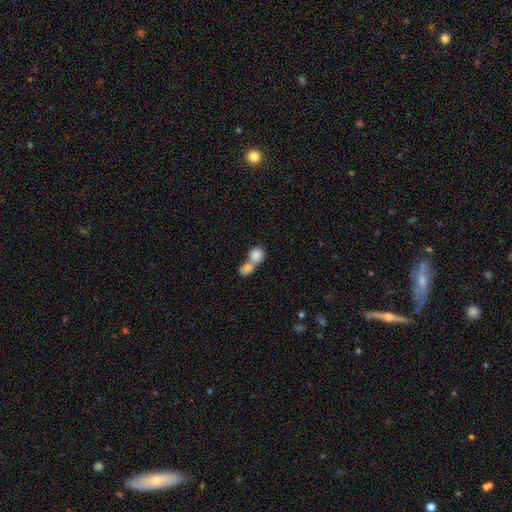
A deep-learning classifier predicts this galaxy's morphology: Smooth or featured? smooth (83%)
How rounded? round (74%)
Merging? merger (68%)